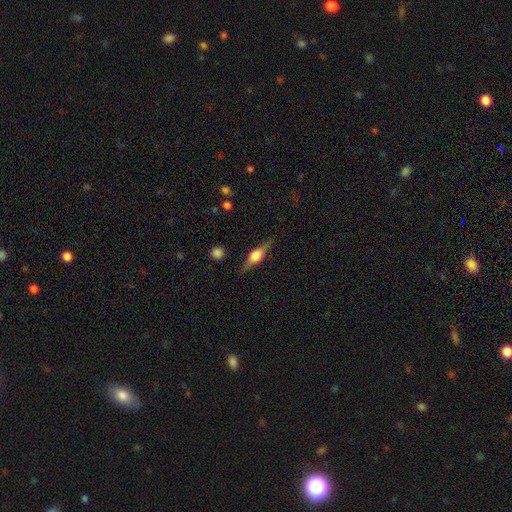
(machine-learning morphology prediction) type=featured or disk (72%); edge-on=yes (97%); edge-on bulge=rounded (92%); merging=none (87%).